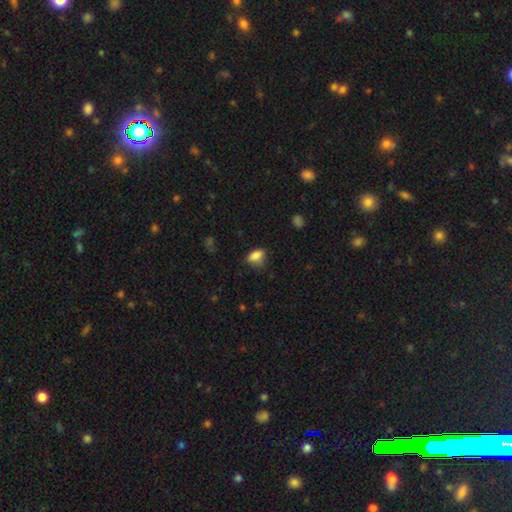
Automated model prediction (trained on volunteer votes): smooth 84%, star or artifact 10%, featured or disk 6%. Down the decision tree: how rounded — in between (83%); merging — none (56%).